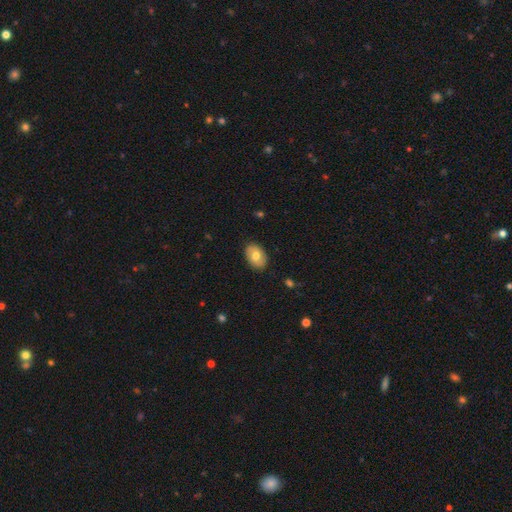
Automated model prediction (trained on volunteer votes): A smooth galaxy with no disk features (72%) that is in between round and cigar-shaped (85%). Merging: none (87%).